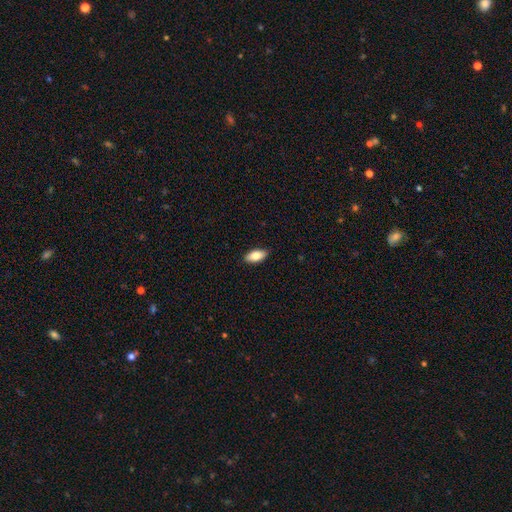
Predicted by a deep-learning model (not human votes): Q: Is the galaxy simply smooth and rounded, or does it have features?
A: smooth — 80%.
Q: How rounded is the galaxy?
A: in between — 89%.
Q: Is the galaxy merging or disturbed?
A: none — 89%.